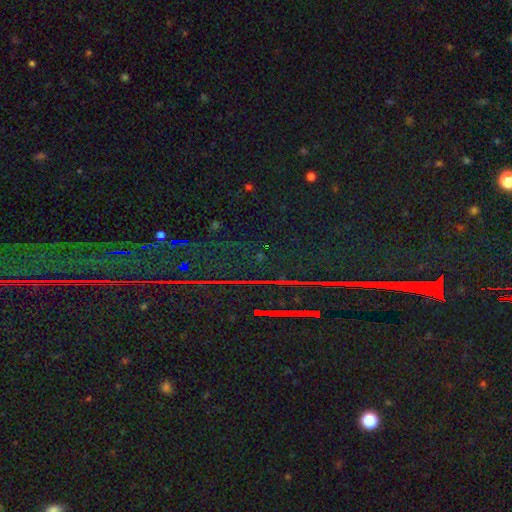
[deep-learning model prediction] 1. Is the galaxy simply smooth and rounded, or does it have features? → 87% star or artifact, 7% featured or disk, 6% smooth.